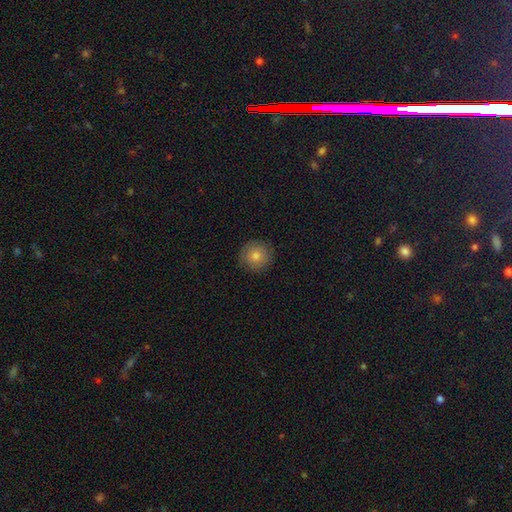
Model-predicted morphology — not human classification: Smooth or featured?
  - smooth: 74% *
  - featured or disk: 15%
  - star or artifact: 10%
How rounded?
  - round: 94% *
  - in between: 5%
  - cigar-shaped: 1%
Merging?
  - none: 88% *
  - minor disturbance: 8%
  - major disturbance: 2%
  - merger: 1%